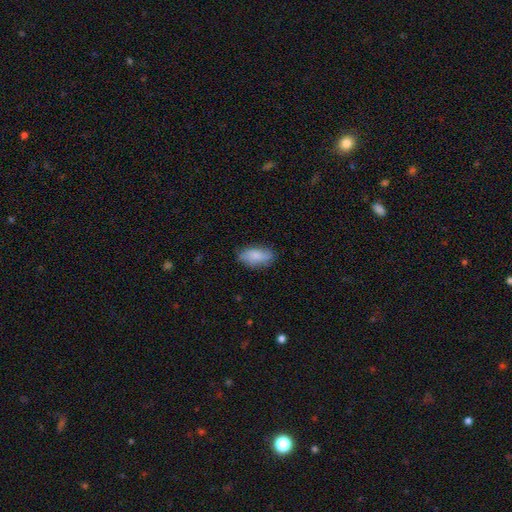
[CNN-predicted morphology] Overall: smooth (81%). How rounded: in between (88%). Merging: none (78%).